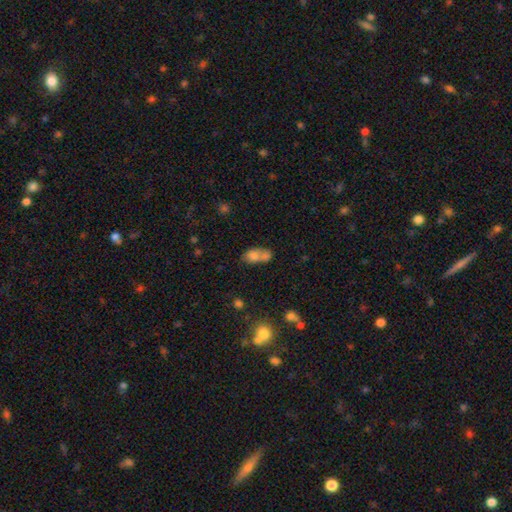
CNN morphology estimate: Smooth or featured?
  - smooth: 73% *
  - featured or disk: 16%
  - star or artifact: 11%
How rounded?
  - in between: 77% *
  - round: 19%
  - cigar-shaped: 4%
Merging?
  - merger: 55% *
  - none: 26%
  - minor disturbance: 13%
  - major disturbance: 7%